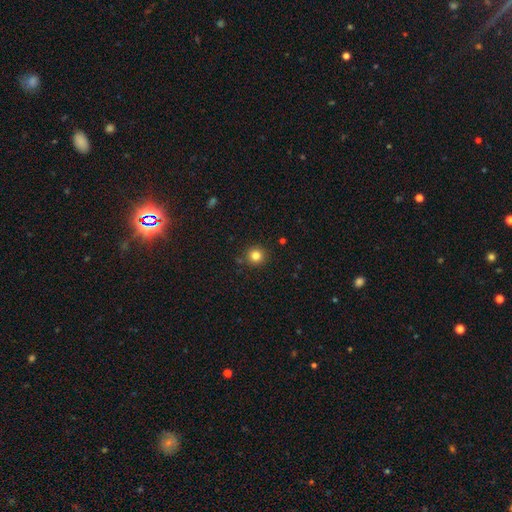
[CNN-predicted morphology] Overall: smooth (82%). How rounded: round (94%). Merging: none (88%).